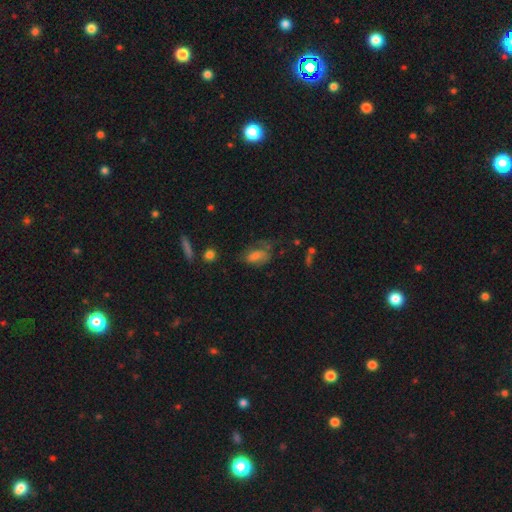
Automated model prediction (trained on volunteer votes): smooth 47%, featured or disk 35%, star or artifact 18%. Down the decision tree: merging — none (43%).